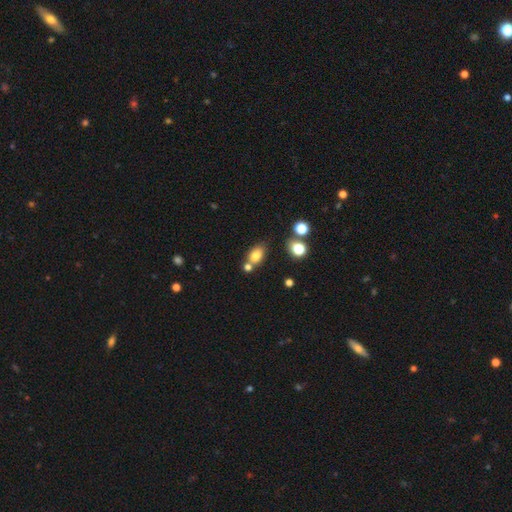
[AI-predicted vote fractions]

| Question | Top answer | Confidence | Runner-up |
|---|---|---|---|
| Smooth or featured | smooth | 79% | star or artifact (11%) |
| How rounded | in between | 77% | round (21%) |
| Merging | none | 59% | merger (22%) |